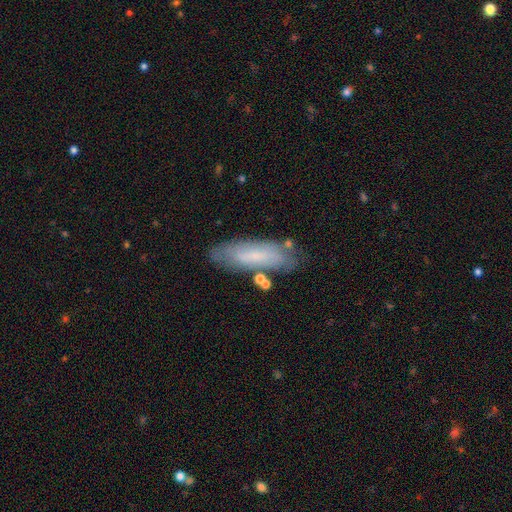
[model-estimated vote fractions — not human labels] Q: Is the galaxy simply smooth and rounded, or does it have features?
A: smooth — 55%.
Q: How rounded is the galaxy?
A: in between — 49%, tied with cigar-shaped.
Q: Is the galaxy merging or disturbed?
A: none — 72%.